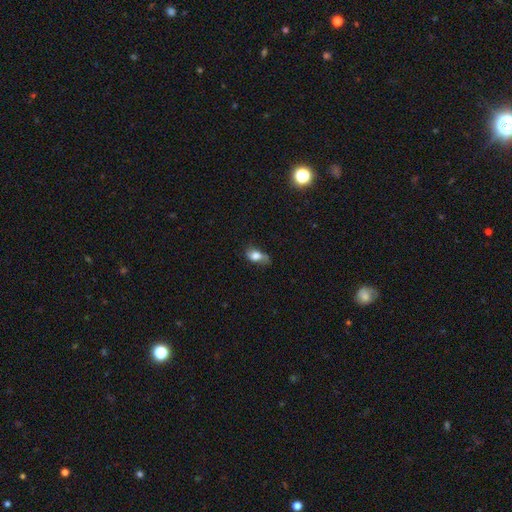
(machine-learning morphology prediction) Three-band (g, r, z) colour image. It shows a smooth galaxy with no disk features (69%) that is in between round and cigar-shaped (82%). Merging: none (41%).